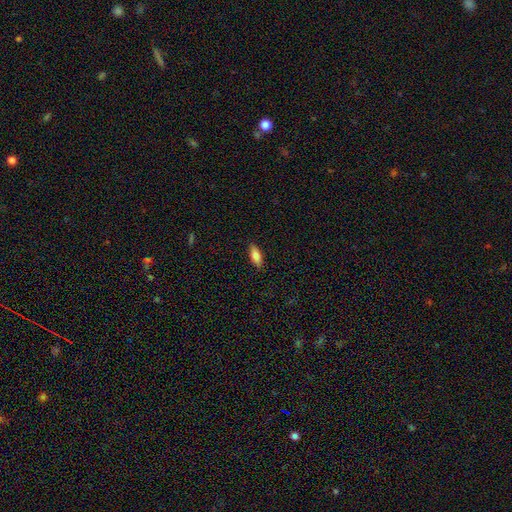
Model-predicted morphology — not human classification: A smooth galaxy with no disk features (83%) that is in between round and cigar-shaped (75%).

Vote fractions:
- Smooth or featured? smooth: 83% / featured or disk: 10% / star or artifact: 7%
- How rounded? in between: 75% / cigar-shaped: 22% / round: 2%
- Merging? none: 86% / minor disturbance: 10% / major disturbance: 2% / merger: 1%